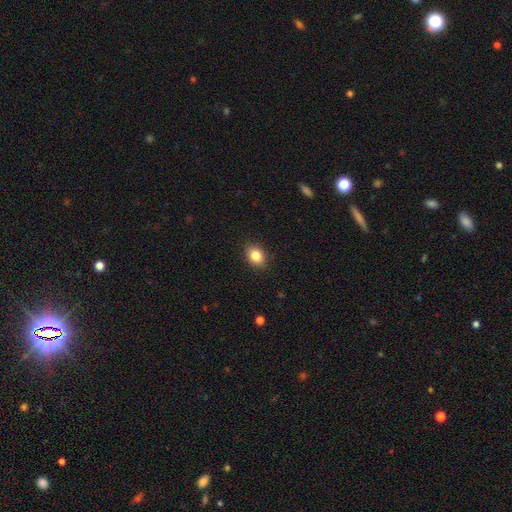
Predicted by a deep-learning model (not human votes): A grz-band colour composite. It shows a smooth galaxy with no disk features (85%) that is in between round and cigar-shaped (63%). Merging: none (88%).